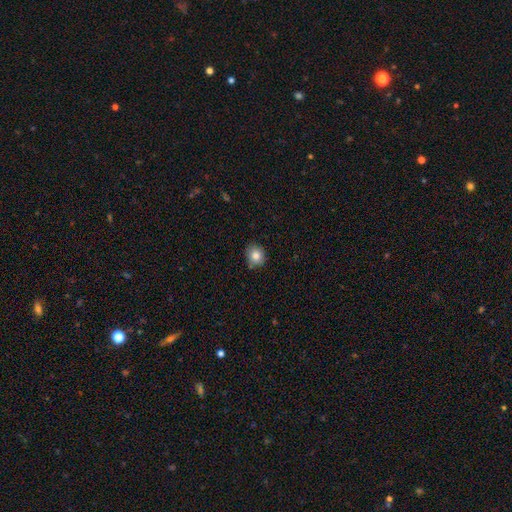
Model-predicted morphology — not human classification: The model was most divided on "how rounded": round: 75%, in between: 24%, cigar-shaped: 1%. More confident: smooth or featured — smooth (83%); merging — none (81%).